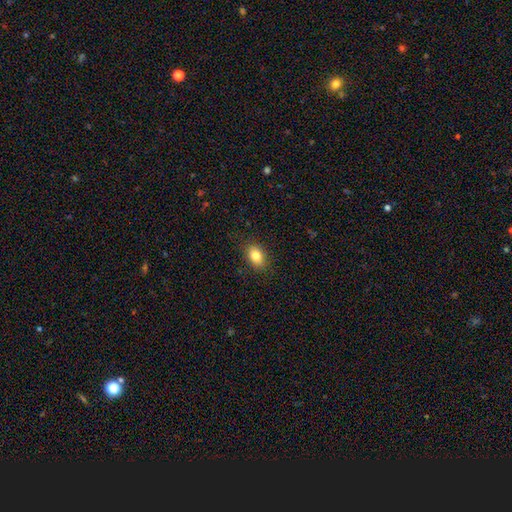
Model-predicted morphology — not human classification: A smooth galaxy with no disk features (83%) that is in between round and cigar-shaped (79%).

Vote fractions:
- Smooth or featured? smooth: 83% / star or artifact: 9% / featured or disk: 8%
- How rounded? in between: 79% / round: 20% / cigar-shaped: 1%
- Merging? none: 87% / minor disturbance: 10% / major disturbance: 2% / merger: 1%